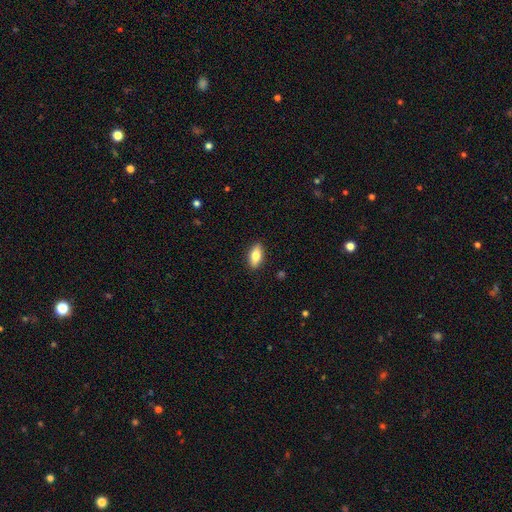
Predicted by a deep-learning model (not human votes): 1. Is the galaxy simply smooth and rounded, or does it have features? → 75% smooth, 19% featured or disk, 7% star or artifact.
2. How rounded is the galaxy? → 82% in between, 14% cigar-shaped, 3% round.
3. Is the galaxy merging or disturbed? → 89% none, 8% minor disturbance, 2% major disturbance, 1% merger.